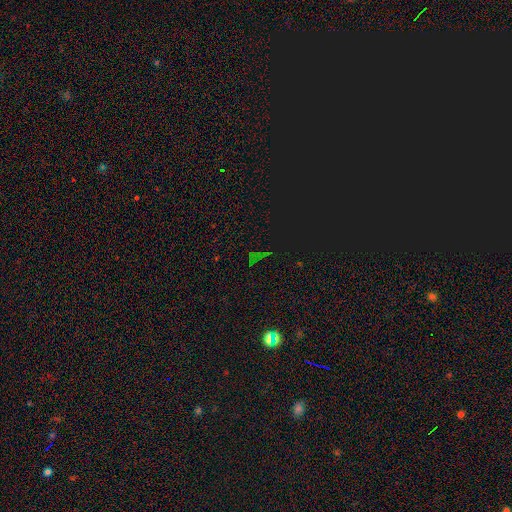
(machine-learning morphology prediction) smooth_or_featured: star or artifact (p=0.74) [alt: smooth p=0.16]